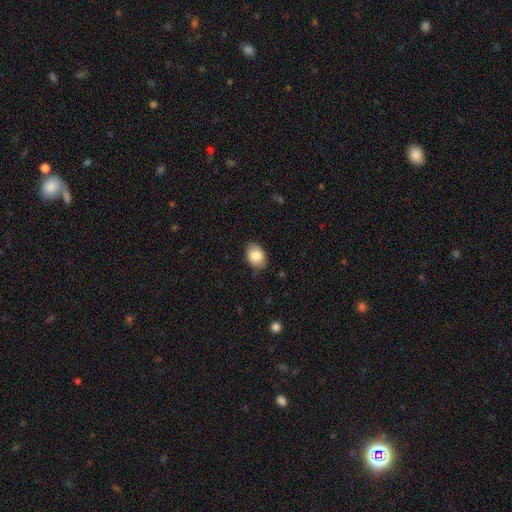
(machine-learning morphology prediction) Q: Smooth or featured?
A: smooth (86%); runner-up: star or artifact (7%)
Q: How rounded?
A: in between (77%); runner-up: round (22%)
Q: Merging?
A: none (80%); runner-up: minor disturbance (16%)